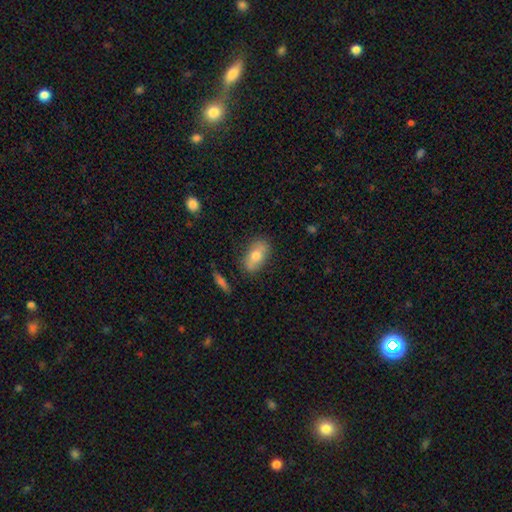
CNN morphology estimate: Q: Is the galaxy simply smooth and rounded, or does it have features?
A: smooth — 71%.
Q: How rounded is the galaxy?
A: in between — 88%.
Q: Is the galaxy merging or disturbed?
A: none — 82%.